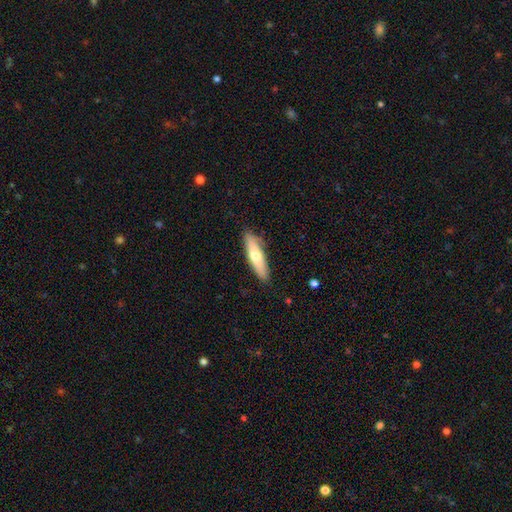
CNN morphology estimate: A smooth galaxy with no disk features (62%) that is cigar-shaped (70%). Merging: none (86%).